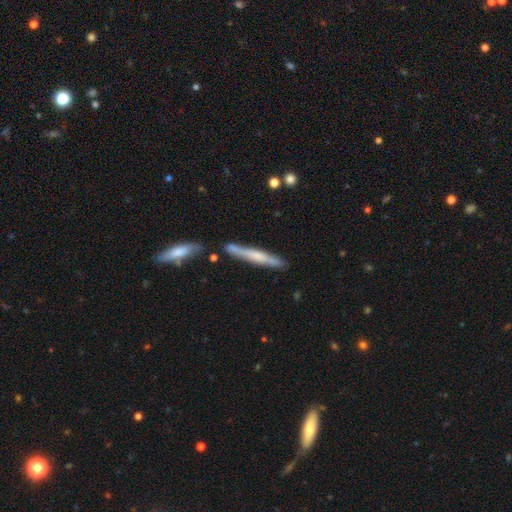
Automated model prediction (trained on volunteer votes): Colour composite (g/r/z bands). It shows a smooth galaxy with no disk features (47%, tied with featured or disk). Merging: none (76%).